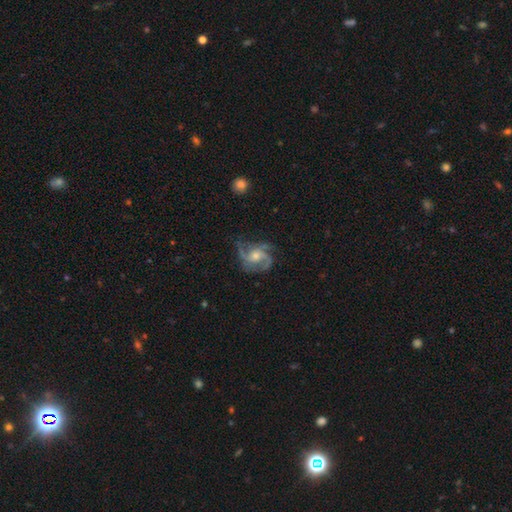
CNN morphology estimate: Smooth or featured? Predicted: featured or disk (p=0.83). Edge-on disk? Predicted: no (p=0.98). Bar? Predicted: no (p=0.66). Spiral arms? Predicted: yes (p=0.96). Spiral winding? Predicted: medium (p=0.52). Spiral arm count? Predicted: 3 (p=0.51). Bulge size? Predicted: moderate (p=0.61). Merging? Predicted: none (p=0.65).